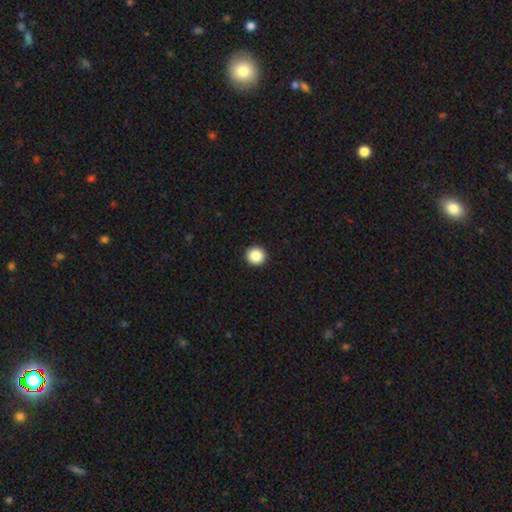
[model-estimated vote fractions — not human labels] Q: Smooth or featured?
A: smooth (87%); runner-up: star or artifact (9%)
Q: How rounded?
A: round (94%); runner-up: in between (5%)
Q: Merging?
A: none (94%); runner-up: minor disturbance (4%)